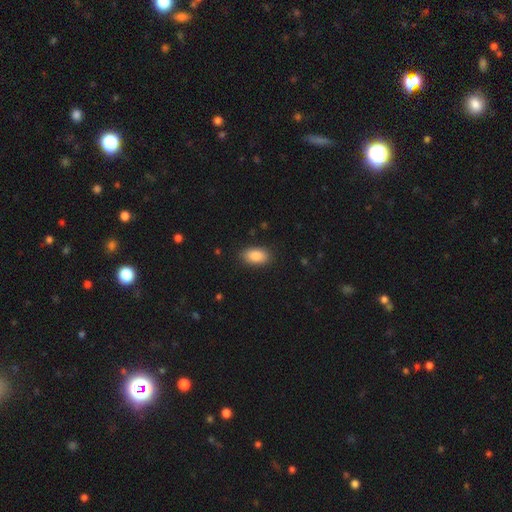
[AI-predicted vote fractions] smooth 87%, star or artifact 7%, featured or disk 5%. Down the decision tree: how rounded — in between (92%); merging — none (87%).